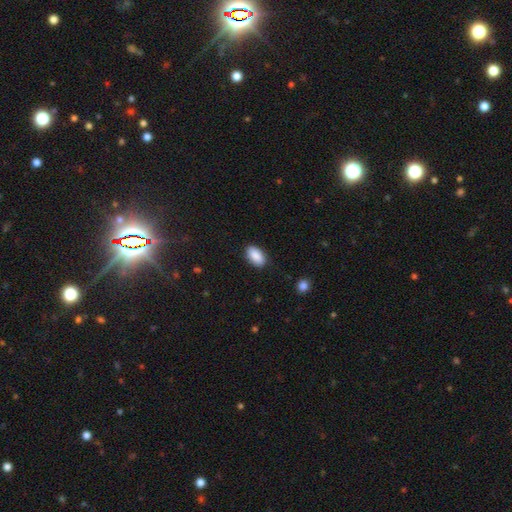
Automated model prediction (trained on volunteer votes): Smooth or featured: smooth — 89% (star or artifact — 7%)
How rounded: in between — 94% (round — 4%)
Merging: none — 86% (minor disturbance — 10%)